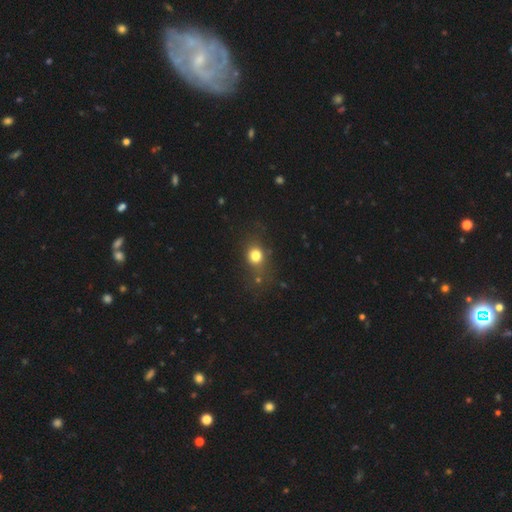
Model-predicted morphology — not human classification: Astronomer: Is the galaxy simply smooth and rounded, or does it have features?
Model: smooth — 74%.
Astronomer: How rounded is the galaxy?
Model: round — 67%.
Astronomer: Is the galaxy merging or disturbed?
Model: none — 65%.